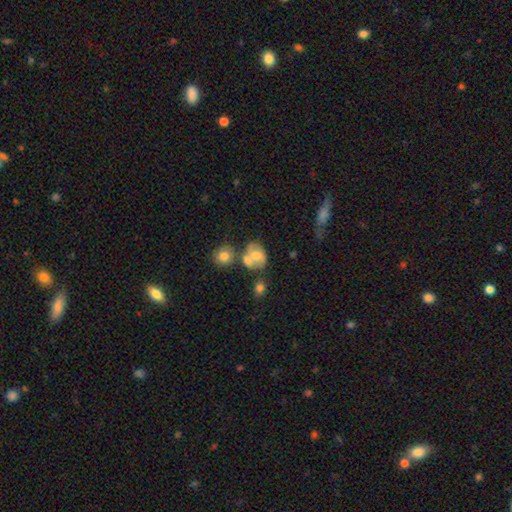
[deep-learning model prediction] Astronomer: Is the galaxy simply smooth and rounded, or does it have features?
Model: smooth — 53% (runner-up: featured or disk, 38%).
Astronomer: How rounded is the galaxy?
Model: round — 52% (runner-up: in between, 47%).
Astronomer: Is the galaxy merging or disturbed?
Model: merger — 39% (runner-up: none, 36%).